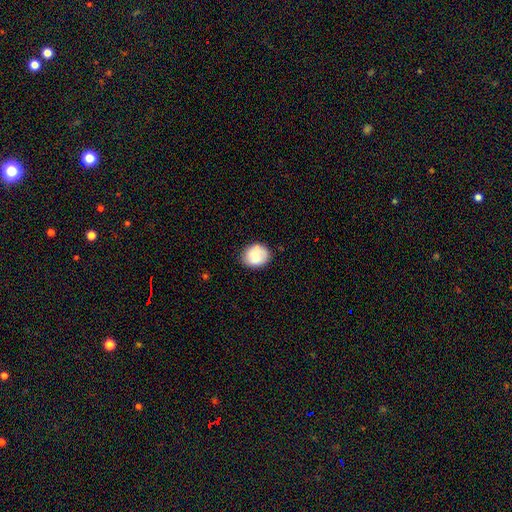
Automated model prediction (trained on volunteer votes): Overall: smooth (79%). How rounded: round (58%; in between 41%). Merging: none (78%).